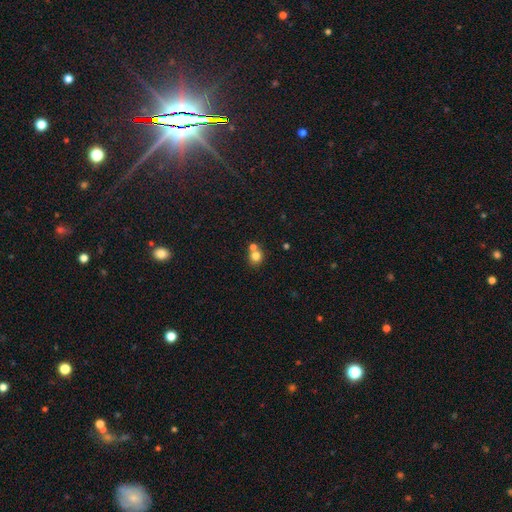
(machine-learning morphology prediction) Overall: smooth (79%). How rounded: round (82%). Merging: none (50%; merger 40%).